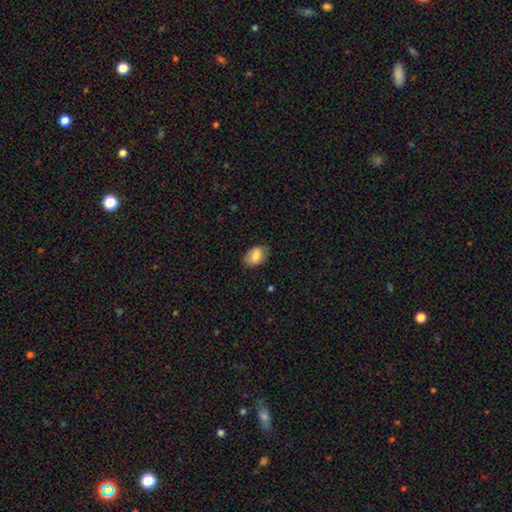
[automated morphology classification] The model was most divided on "merging": none: 77%, minor disturbance: 18%, major disturbance: 4%, merger: 1%. More confident: how rounded — in between (90%); smooth or featured — smooth (82%).